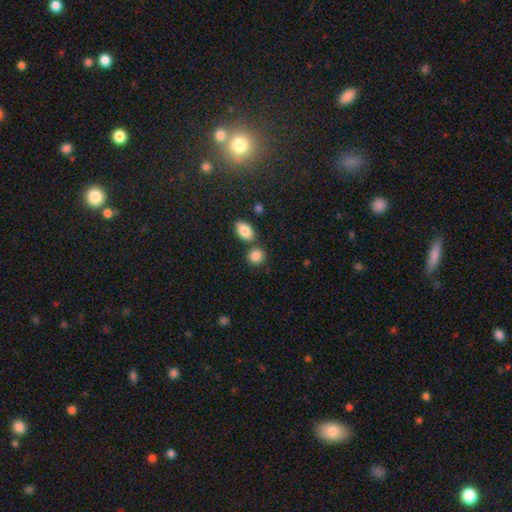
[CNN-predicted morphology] smooth-or-featured: smooth: 86% | star or artifact: 9% | featured or disk: 5%
  how-rounded: round: 65% | in between: 34% | cigar-shaped: 2%
  merging: none: 67% | merger: 20% | minor disturbance: 10% | major disturbance: 3%